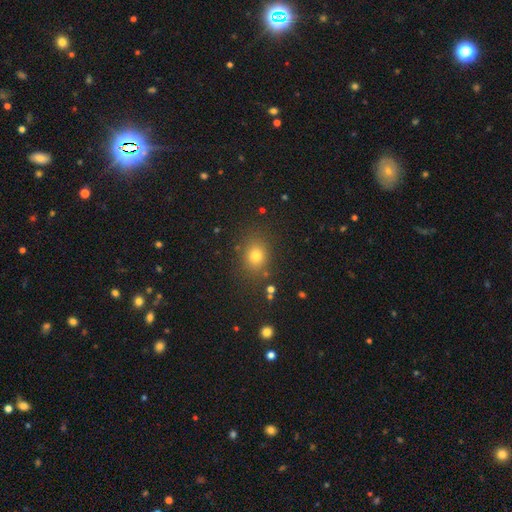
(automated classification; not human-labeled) Smooth or featured? Predicted: smooth (p=0.76). How rounded? Predicted: round (p=0.58). Merging? Predicted: none (p=0.83).